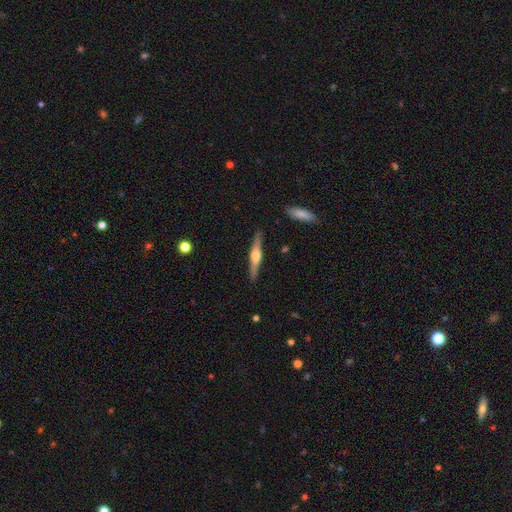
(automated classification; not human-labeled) Smooth or featured?
  - featured or disk: 71% *
  - smooth: 24%
  - star or artifact: 5%
Edge-on disk?
  - yes: 98% *
  - no: 2%
Edge-on bulge?
  - rounded: 92% *
  - boxy: 5%
  - none: 3%
Merging?
  - none: 90% *
  - minor disturbance: 8%
  - major disturbance: 2%
  - merger: 1%